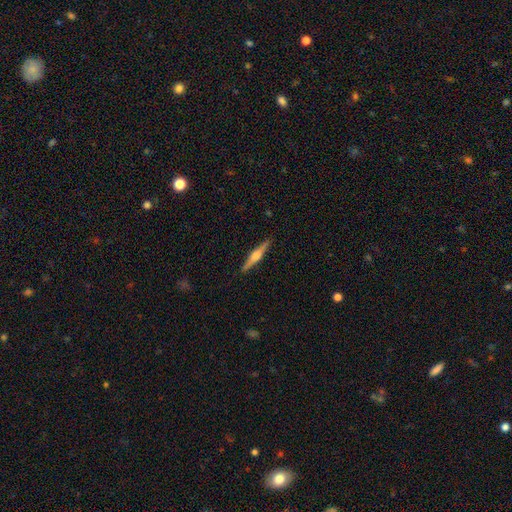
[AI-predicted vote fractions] smooth-or-featured: featured or disk: 73% | smooth: 21% | star or artifact: 5%
  disk-edge-on: yes: 98% | no: 2%
    edge-on-bulge: rounded: 92% | boxy: 6% | none: 3%
  merging: none: 91% | minor disturbance: 6% | major disturbance: 1% | merger: 1%